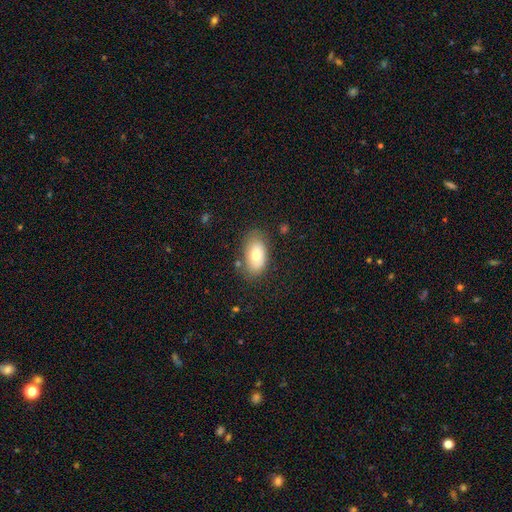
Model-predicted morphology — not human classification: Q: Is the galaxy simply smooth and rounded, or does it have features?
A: smooth — 72%.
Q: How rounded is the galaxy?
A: in between — 92%.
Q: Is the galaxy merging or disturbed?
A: none — 73%.